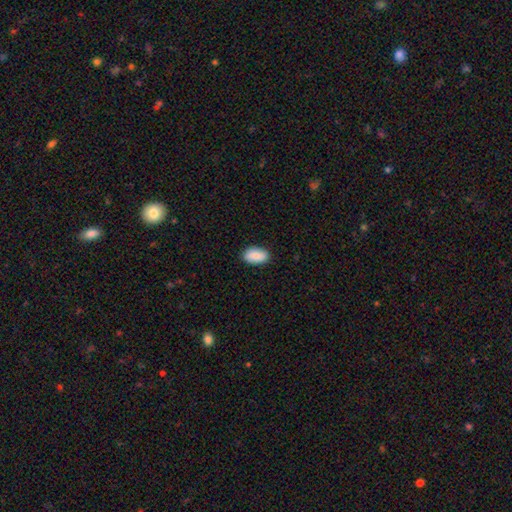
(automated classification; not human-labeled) smooth_or_featured: smooth (p=0.88) [alt: star or artifact p=0.06]
how_rounded: in between (p=0.93) [alt: round p=0.04]
merging: none (p=0.88) [alt: minor disturbance p=0.09]